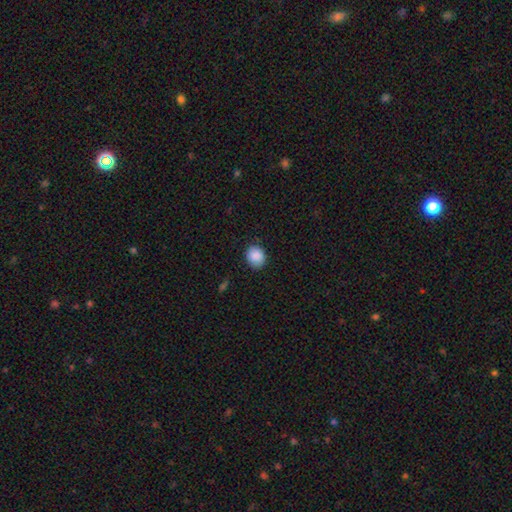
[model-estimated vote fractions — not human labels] Overall: smooth (88%). How rounded: round (58%; in between 41%). Merging: none (82%).